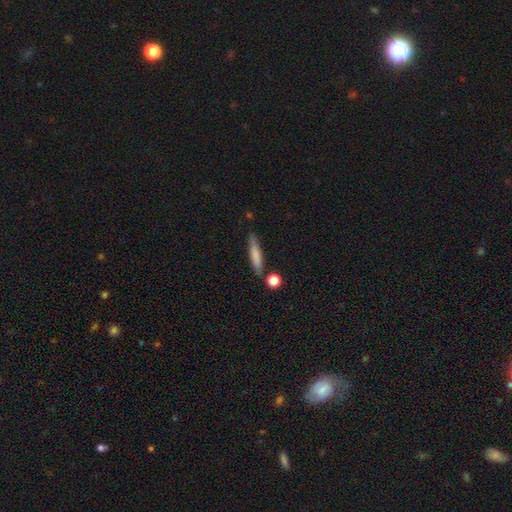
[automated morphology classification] Q: Smooth or featured?
A: smooth (71%); runner-up: featured or disk (22%)
Q: How rounded?
A: cigar-shaped (86%); runner-up: in between (12%)
Q: Merging?
A: none (76%); runner-up: minor disturbance (14%)